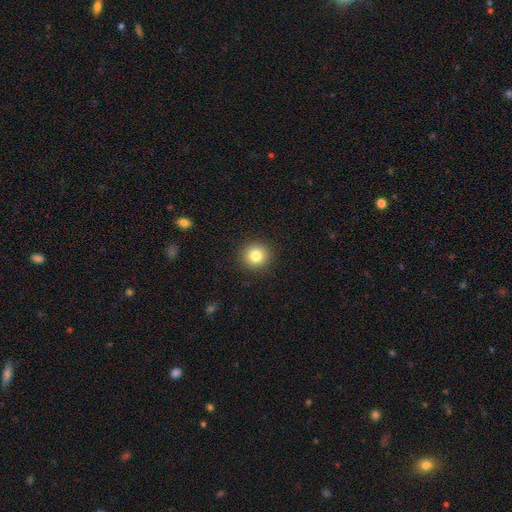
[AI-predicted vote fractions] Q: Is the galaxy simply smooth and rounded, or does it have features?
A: smooth — 83%.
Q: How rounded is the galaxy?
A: round — 91%.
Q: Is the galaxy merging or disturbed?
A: none — 91%.